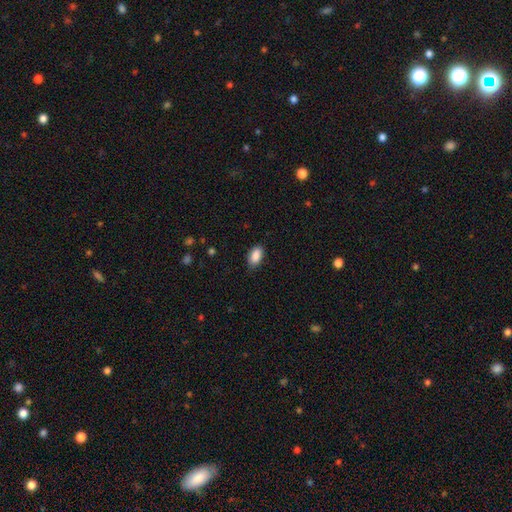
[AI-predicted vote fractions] The model was most divided on "merging": none: 82%, minor disturbance: 14%, major disturbance: 3%, merger: 1%. More confident: how rounded — in between (93%); smooth or featured — smooth (89%).